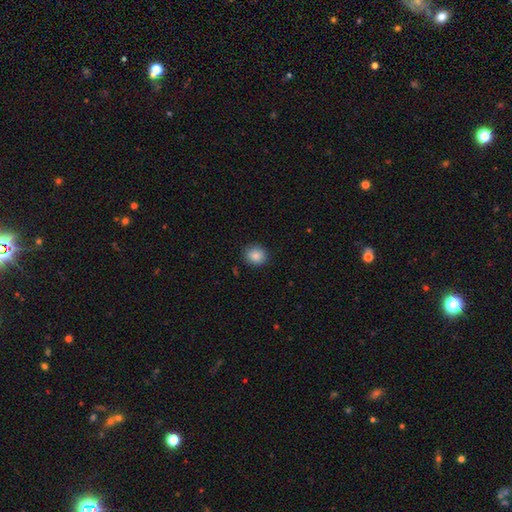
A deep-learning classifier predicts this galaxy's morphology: This appears to be a smooth galaxy with no disk features (86%) that is round (77%). Merging: none (89%).